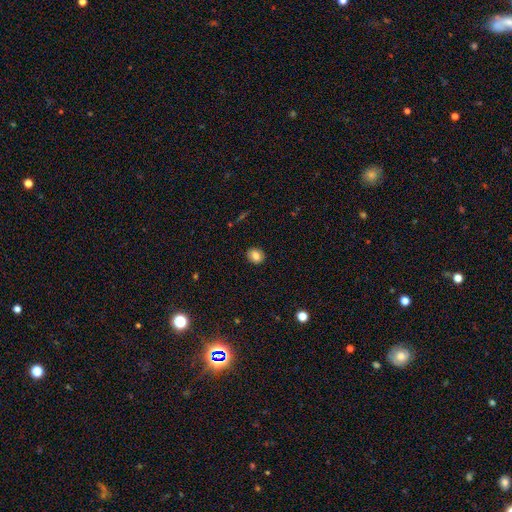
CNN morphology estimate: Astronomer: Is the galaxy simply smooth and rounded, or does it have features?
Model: smooth — 82%.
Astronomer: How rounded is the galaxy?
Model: round — 65%.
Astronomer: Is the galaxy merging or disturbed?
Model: none — 89%.